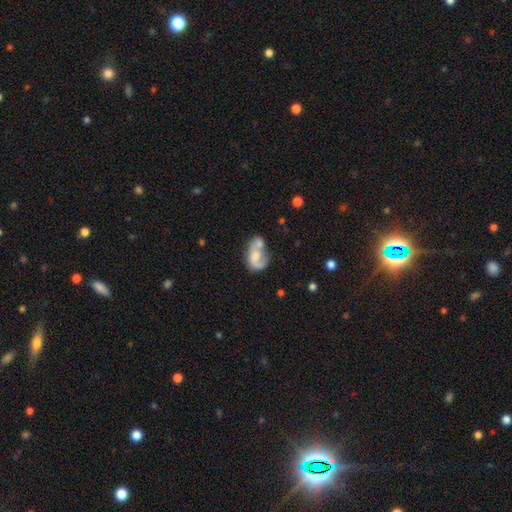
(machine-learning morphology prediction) smooth-or-featured: featured or disk: 52% | smooth: 40% | star or artifact: 8%
  disk-edge-on: no: 97% | yes: 3%
    bar: no: 72% | weak: 23% | strong: 5%
    has-spiral-arms: yes: 64% | no: 36%
    bulge-size: moderate: 41% | small: 24% | none: 18% | large: 14% | dominant: 3%
  merging: merger: 46% | none: 22% | major disturbance: 18% | minor disturbance: 14%